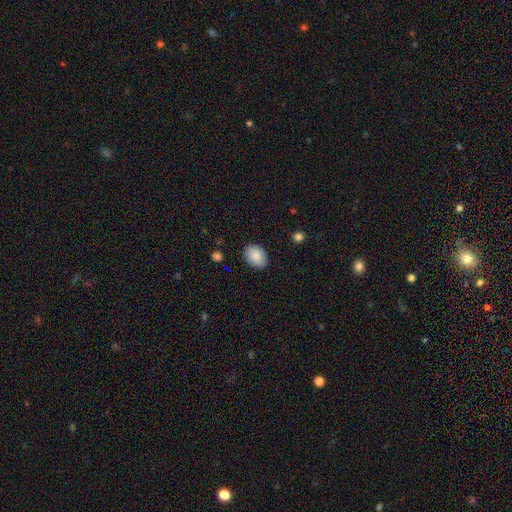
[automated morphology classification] This is clearly a smooth galaxy (88%). How rounded: likely in between (73%). Merging: clearly none (86%).